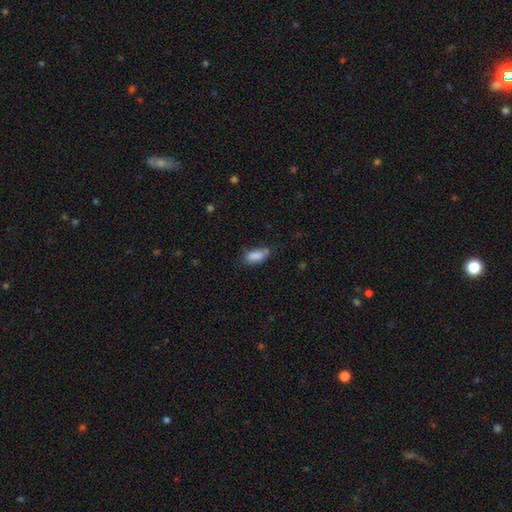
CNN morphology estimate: A smooth galaxy with no disk features (86%) that is in between round and cigar-shaped (82%). Merging: none (63%).